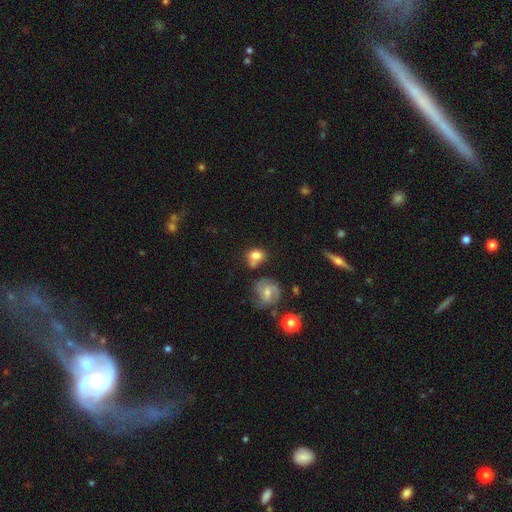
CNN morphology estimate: A smooth galaxy with no disk features (71%) that is round (55%).

Vote fractions:
- Smooth or featured? smooth: 71% / featured or disk: 20% / star or artifact: 9%
- How rounded? round: 55% / in between: 43% / cigar-shaped: 1%
- Merging? none: 48% / merger: 22% / minor disturbance: 21% / major disturbance: 9%